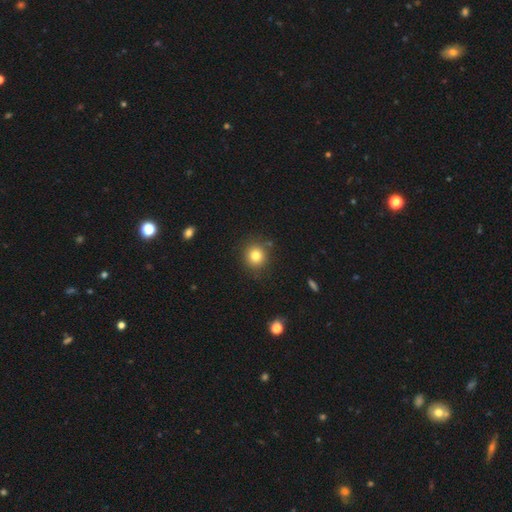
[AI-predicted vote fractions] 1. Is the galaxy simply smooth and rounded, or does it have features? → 81% smooth, 12% star or artifact, 8% featured or disk.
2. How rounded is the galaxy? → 89% round, 10% in between, 1% cigar-shaped.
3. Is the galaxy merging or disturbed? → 85% none, 9% minor disturbance, 3% merger, 3% major disturbance.